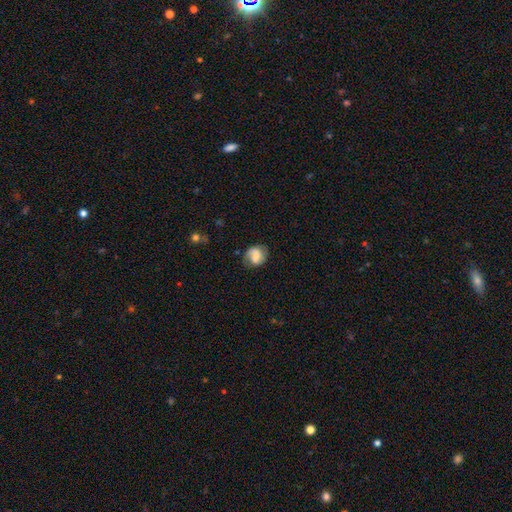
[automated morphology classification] Smooth or featured? smooth (49%)
Merging? none (67%)